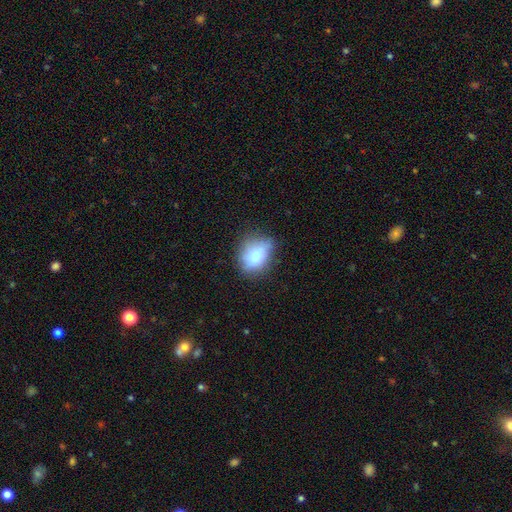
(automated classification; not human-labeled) smooth 75%, featured or disk 15%, star or artifact 9%. Down the decision tree: how rounded — in between (64%); merging — none (56%).